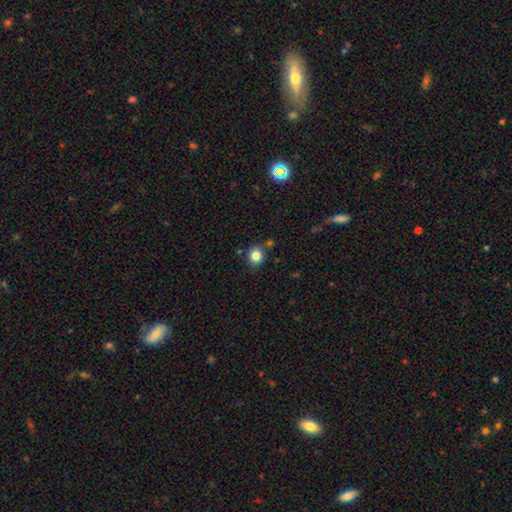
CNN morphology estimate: smooth_or_featured: smooth (p=0.82) [alt: star or artifact p=0.11]
how_rounded: round (p=0.74) [alt: in between p=0.25]
merging: none (p=0.80) [alt: minor disturbance p=0.11]